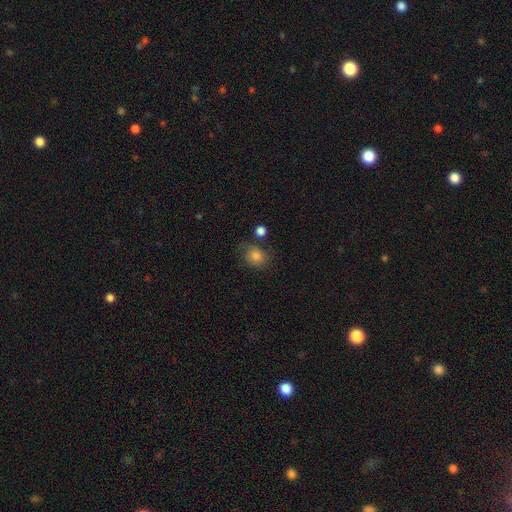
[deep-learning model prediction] A smooth galaxy with no disk features (76%) that is round (70%).

Vote fractions:
- Smooth or featured? smooth: 76% / star or artifact: 14% / featured or disk: 10%
- How rounded? round: 70% / in between: 29% / cigar-shaped: 1%
- Merging? none: 67% / minor disturbance: 19% / major disturbance: 8% / merger: 6%